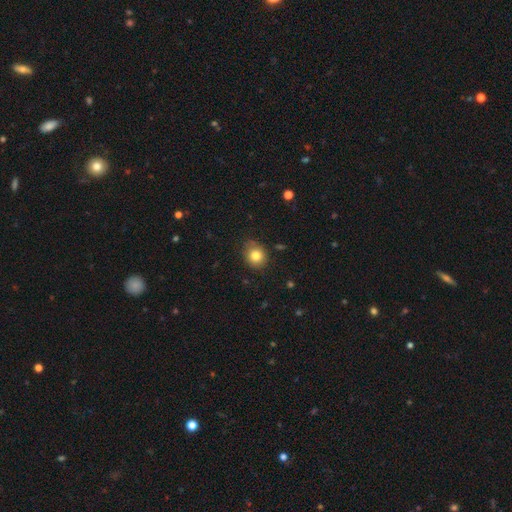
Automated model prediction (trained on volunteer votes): Morphology: type=smooth (81%); roundness=round (70%); merging=none (80%).